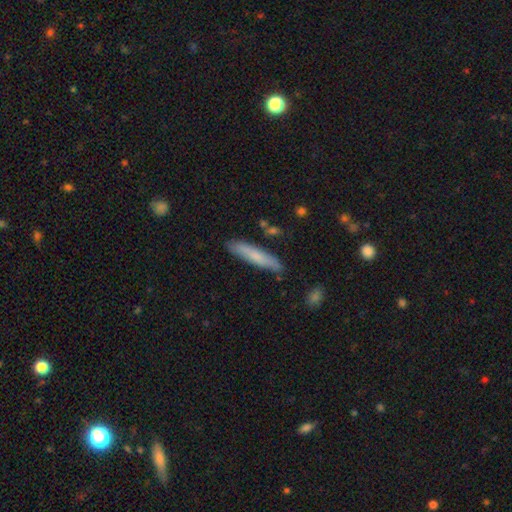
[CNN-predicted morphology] Smooth or featured? Predicted: smooth (p=0.68). How rounded? Predicted: cigar-shaped (p=0.89). Merging? Predicted: none (p=0.84).